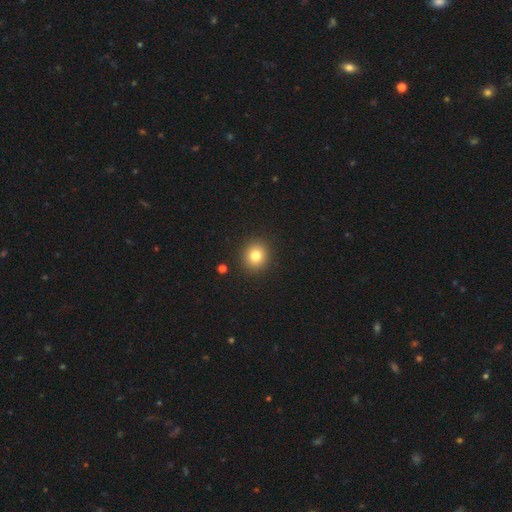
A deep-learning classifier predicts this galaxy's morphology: smooth-or-featured: smooth: 80% | star or artifact: 12% | featured or disk: 8%
  how-rounded: round: 84% | in between: 15% | cigar-shaped: 1%
  merging: none: 91% | minor disturbance: 6% | major disturbance: 2% | merger: 1%